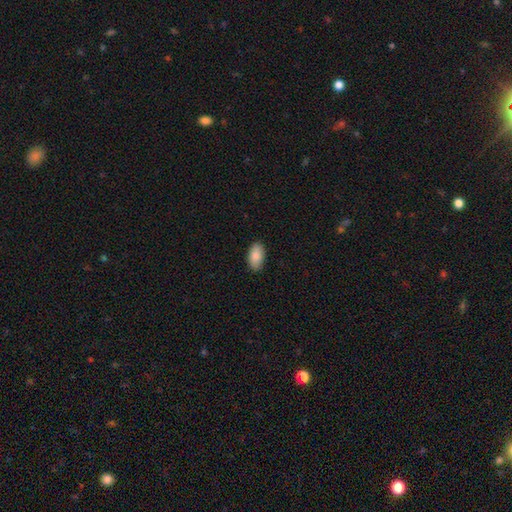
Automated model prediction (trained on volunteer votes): A smooth galaxy with no disk features (88%) that is in between round and cigar-shaped (95%).

Vote fractions:
- Smooth or featured? smooth: 88% / star or artifact: 6% / featured or disk: 6%
- How rounded? in between: 95% / round: 3% / cigar-shaped: 2%
- Merging? none: 88% / minor disturbance: 9% / major disturbance: 2% / merger: 1%